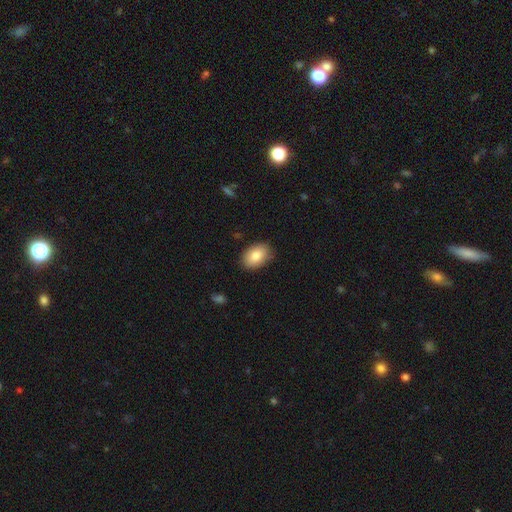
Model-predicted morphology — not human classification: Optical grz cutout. It shows a smooth galaxy with no disk features (83%) that is in between round and cigar-shaped (86%). Merging: none (84%).